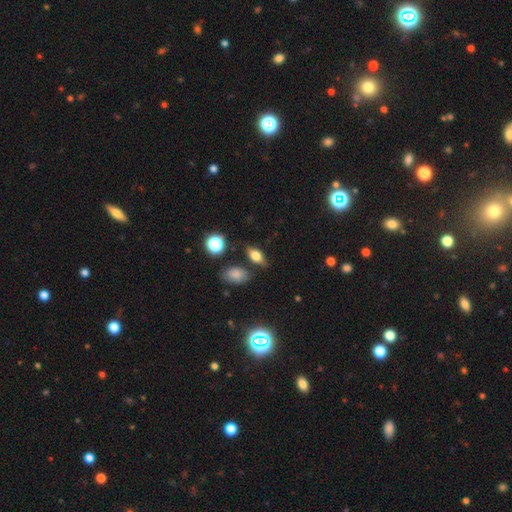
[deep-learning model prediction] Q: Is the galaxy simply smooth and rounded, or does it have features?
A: smooth — 68%.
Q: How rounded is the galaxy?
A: in between — 80%.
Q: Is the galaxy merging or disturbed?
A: none — 77%.